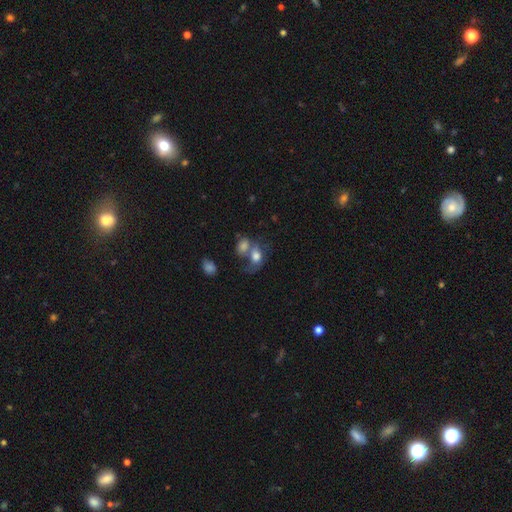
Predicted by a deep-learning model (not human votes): This is likely a smooth galaxy (68%). How rounded: likely in between (66%). Merging: possibly merger (59%).